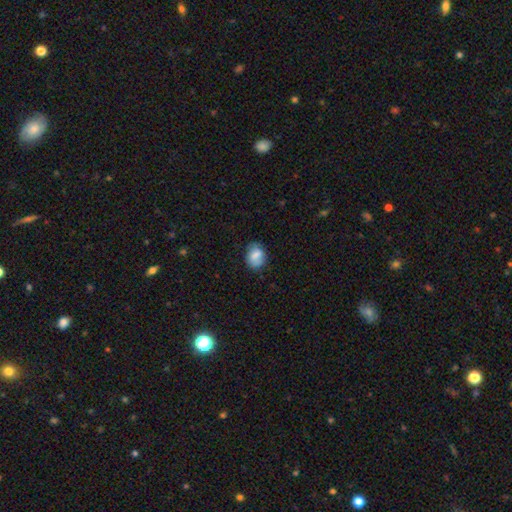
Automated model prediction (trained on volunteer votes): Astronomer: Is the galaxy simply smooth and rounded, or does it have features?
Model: smooth — 75%.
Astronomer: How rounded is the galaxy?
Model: in between — 58% (runner-up: round, 41%).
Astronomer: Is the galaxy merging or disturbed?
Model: none — 63%.